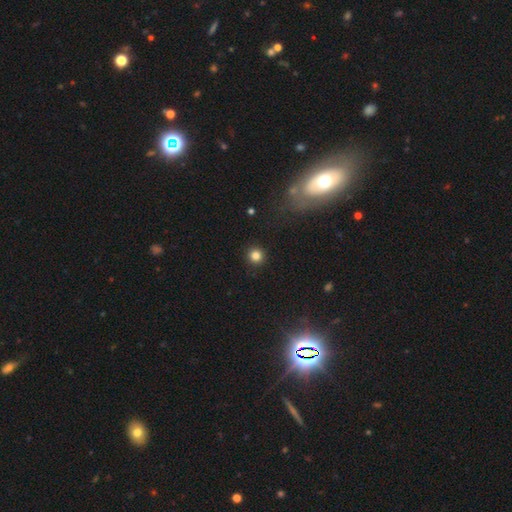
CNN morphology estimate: This appears to be a smooth galaxy with no disk features (83%) that is round (95%). Merging: none (92%).